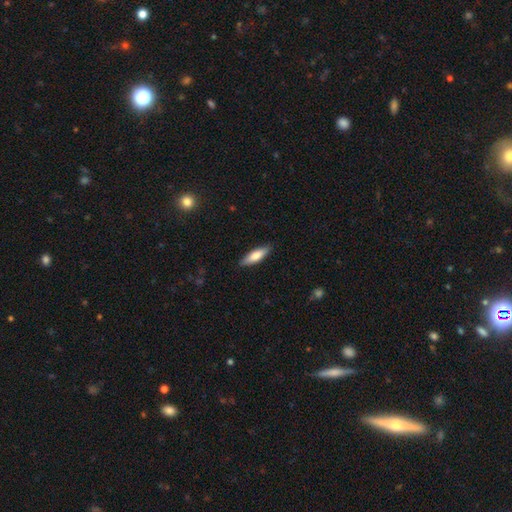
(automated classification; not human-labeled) The model was most divided on "how rounded": cigar-shaped: 57%, in between: 41%, round: 2%. More confident: merging — none (87%); smooth or featured — smooth (73%).